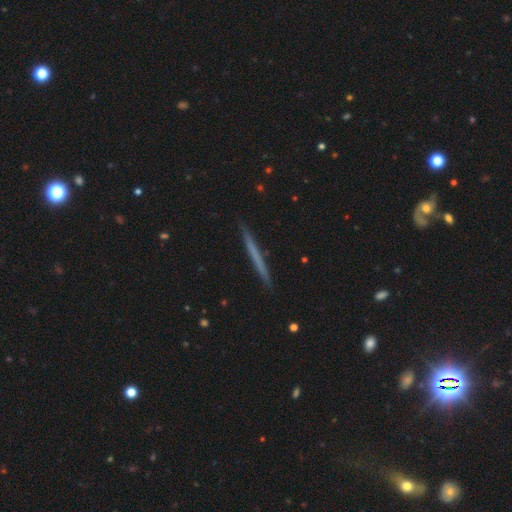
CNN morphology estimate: This is possibly a smooth galaxy (51%). How rounded: clearly cigar-shaped (97%). Merging: clearly none (91%).